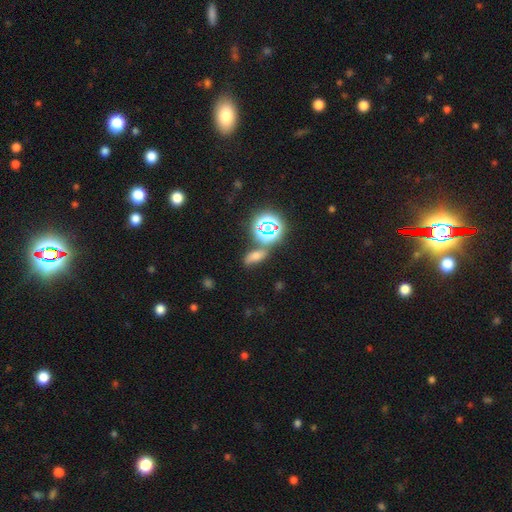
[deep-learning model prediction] A smooth galaxy with no disk features (52%) that is in between round and cigar-shaped (73%). Merging: none (63%).